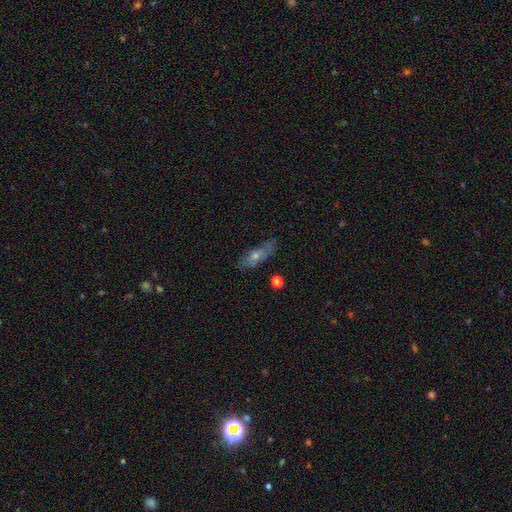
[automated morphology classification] Q: Smooth or featured?
A: smooth (46%); runner-up: featured or disk (43%)
Q: Merging?
A: none (70%); runner-up: minor disturbance (21%)